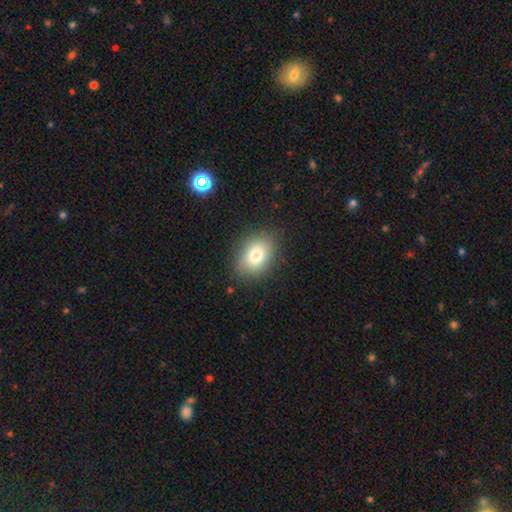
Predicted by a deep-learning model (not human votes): Smooth or featured: smooth — 79% (featured or disk — 11%)
How rounded: in between — 73% (round — 25%)
Merging: none — 85% (minor disturbance — 11%)